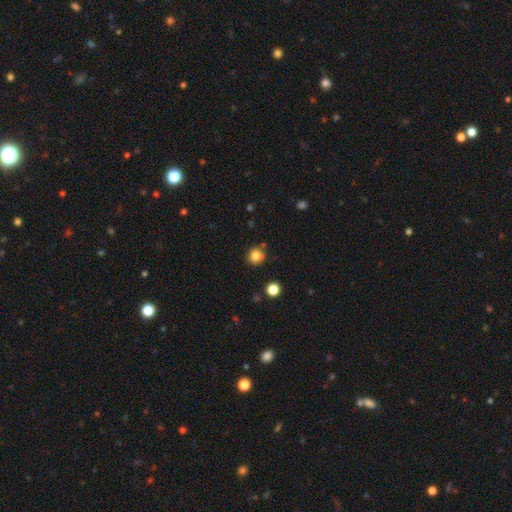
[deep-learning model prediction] This is clearly a smooth galaxy (82%). How rounded: clearly round (90%). Merging: clearly none (80%).